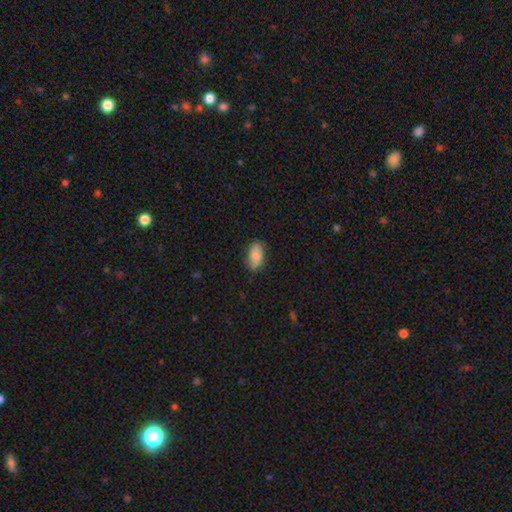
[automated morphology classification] This is likely a smooth galaxy (79%). How rounded: clearly in between (92%). Merging: likely none (78%).